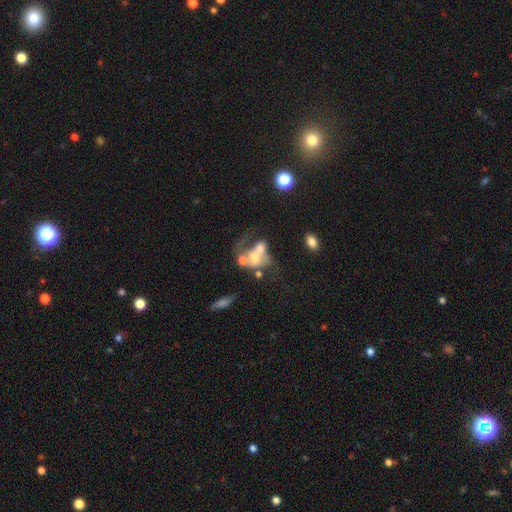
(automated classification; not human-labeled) Smooth or featured? Predicted: featured or disk (p=0.54). Edge-on disk? Predicted: no (p=0.96). Bar? Predicted: no (p=0.81). Spiral arms? Predicted: no (p=0.73). Bulge size? Predicted: moderate (p=0.45). Merging? Predicted: merger (p=0.56).